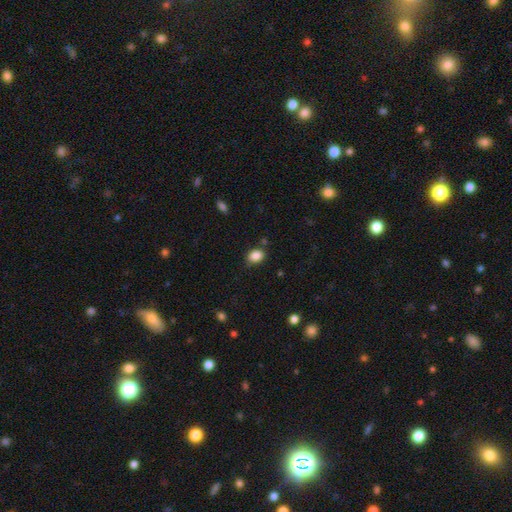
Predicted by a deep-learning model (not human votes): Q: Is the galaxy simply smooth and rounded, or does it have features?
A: smooth — 87%.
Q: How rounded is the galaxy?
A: in between — 62%.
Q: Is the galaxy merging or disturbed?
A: none — 80%.